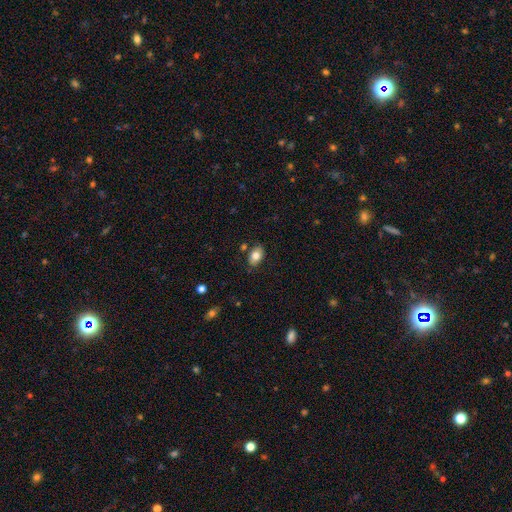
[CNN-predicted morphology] Overall: smooth (78%). How rounded: in between (85%). Merging: none (80%).